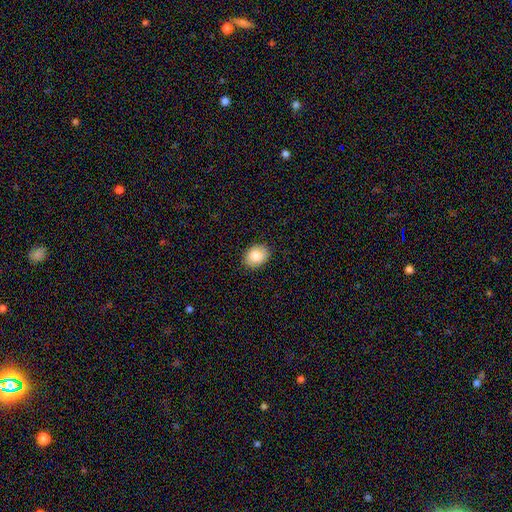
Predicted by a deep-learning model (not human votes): A smooth galaxy with no disk features (83%) that is in between round and cigar-shaped (59%).

Vote fractions:
- Smooth or featured? smooth: 83% / featured or disk: 9% / star or artifact: 8%
- How rounded? in between: 59% / round: 40% / cigar-shaped: 1%
- Merging? none: 88% / minor disturbance: 9% / major disturbance: 2% / merger: 1%